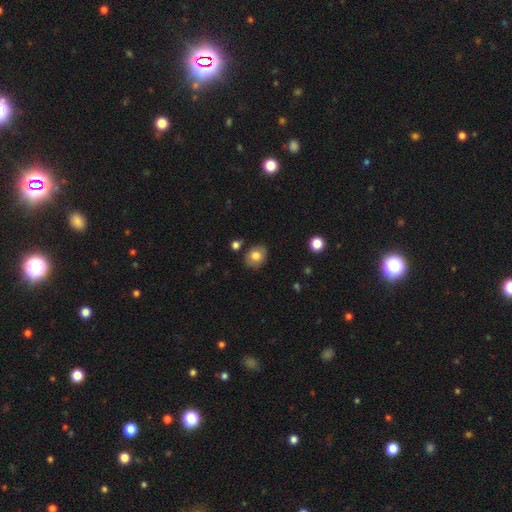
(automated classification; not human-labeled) smooth_or_featured: smooth (p=0.78) [alt: featured or disk p=0.14]
how_rounded: in between (p=0.50) [alt: round p=0.49]
merging: none (p=0.81) [alt: minor disturbance p=0.13]